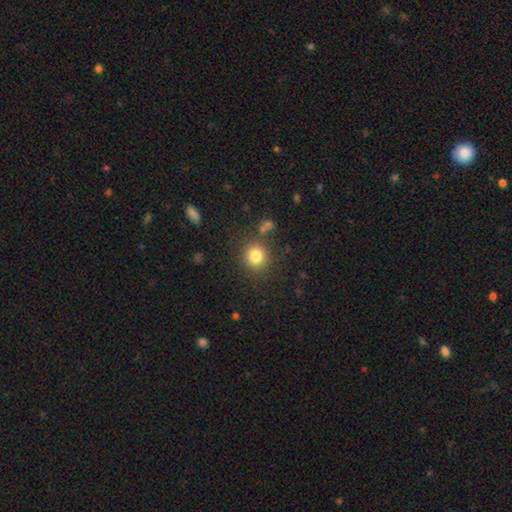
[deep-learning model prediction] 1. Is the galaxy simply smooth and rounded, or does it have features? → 82% smooth, 12% star or artifact, 7% featured or disk.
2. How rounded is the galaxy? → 88% round, 11% in between, 1% cigar-shaped.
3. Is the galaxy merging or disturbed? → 83% none, 9% minor disturbance, 4% merger, 4% major disturbance.